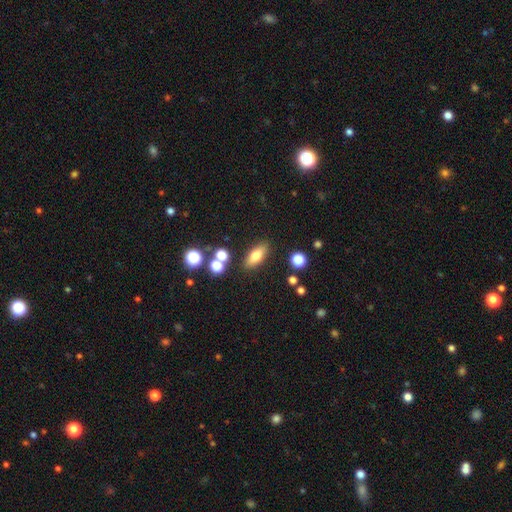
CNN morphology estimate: Smooth or featured: smooth — 68% (featured or disk — 22%)
How rounded: in between — 70% (cigar-shaped — 24%)
Merging: none — 83% (minor disturbance — 9%)